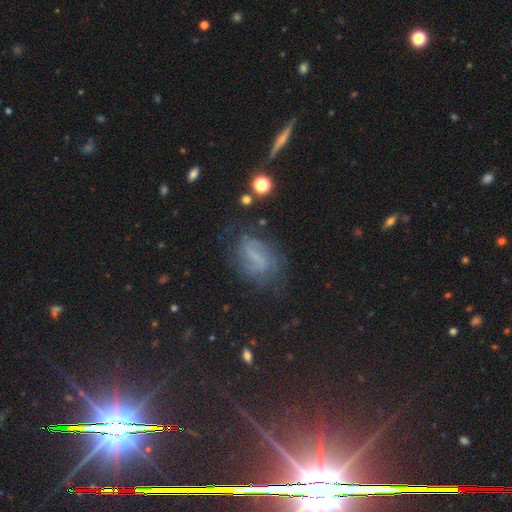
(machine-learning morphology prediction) Q: Smooth or featured?
A: featured or disk (51%); runner-up: smooth (26%)
Q: Edge-on disk?
A: no (91%); runner-up: yes (9%)
Q: Merging?
A: none (63%); runner-up: minor disturbance (21%)